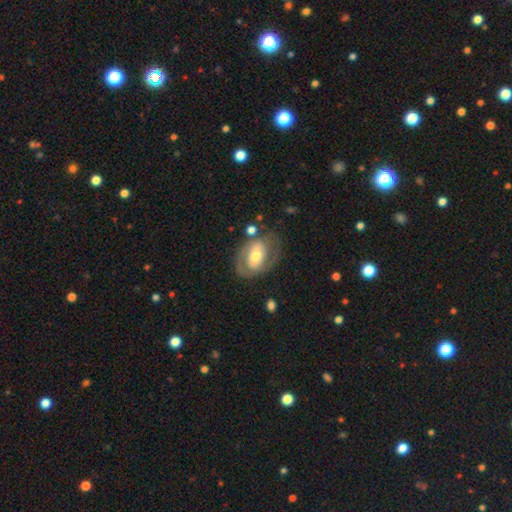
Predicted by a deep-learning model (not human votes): Q: Smooth or featured?
A: featured or disk (67%); runner-up: smooth (27%)
Q: Edge-on disk?
A: no (95%); runner-up: yes (5%)
Q: Bar?
A: weak (38%); runner-up: no (35%)
Q: Spiral arms?
A: yes (72%); runner-up: no (28%)
Q: Bulge size?
A: moderate (63%); runner-up: small (23%)
Q: Merging?
A: none (64%); runner-up: minor disturbance (19%)